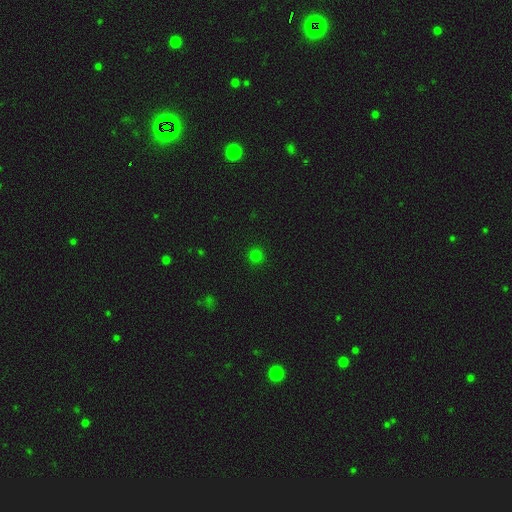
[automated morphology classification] smooth 77%, star or artifact 19%, featured or disk 4%. Down the decision tree: how rounded — round (94%); merging — none (92%).